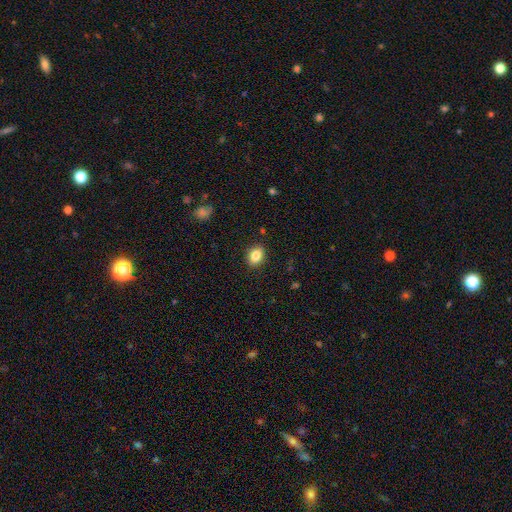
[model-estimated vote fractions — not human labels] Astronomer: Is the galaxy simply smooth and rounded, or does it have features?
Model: smooth — 85%.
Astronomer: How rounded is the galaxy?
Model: in between — 65%.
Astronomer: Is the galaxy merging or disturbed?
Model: none — 89%.